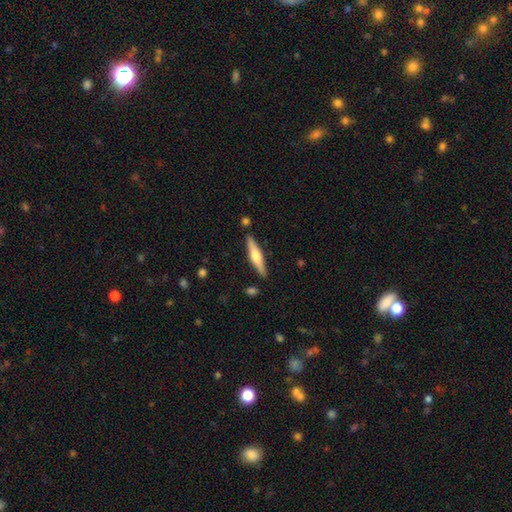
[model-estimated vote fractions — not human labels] Morphology: type=featured or disk (58%); edge-on=yes (97%); edge-on bulge=rounded (89%); merging=none (88%).